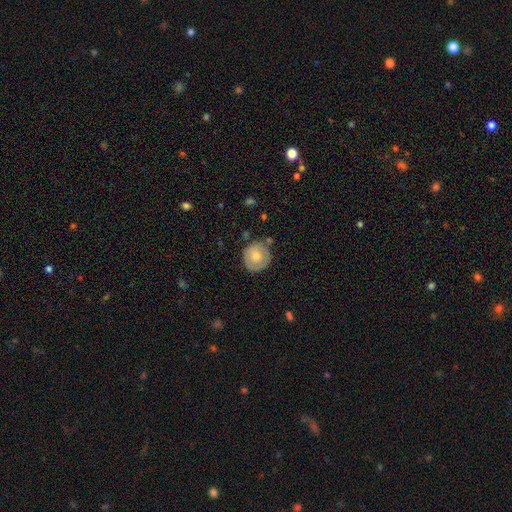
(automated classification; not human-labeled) smooth-or-featured: smooth: 70% | featured or disk: 24% | star or artifact: 7%
  how-rounded: round: 88% | in between: 11% | cigar-shaped: 1%
  merging: none: 71% | minor disturbance: 20% | major disturbance: 5% | merger: 4%